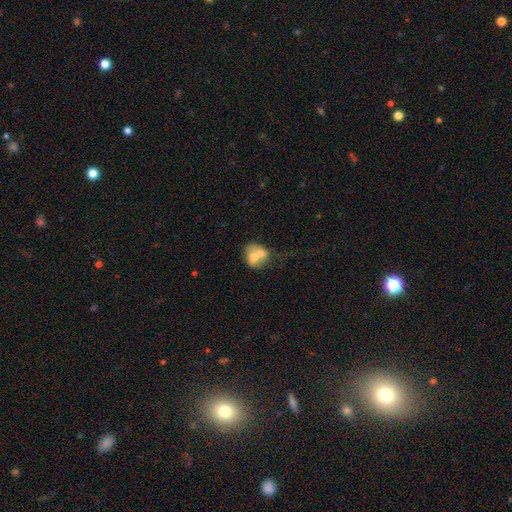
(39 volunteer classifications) A smooth galaxy with no disk features (64%) that is round (84%).

Vote fractions:
- Smooth or featured? smooth: 64% / featured or disk: 33% / star or artifact: 3%
- How rounded? round: 84% / in between: 16% / cigar-shaped: 0%
- Merging? merger: 82% / none: 11% / minor disturbance: 8% / major disturbance: 0%